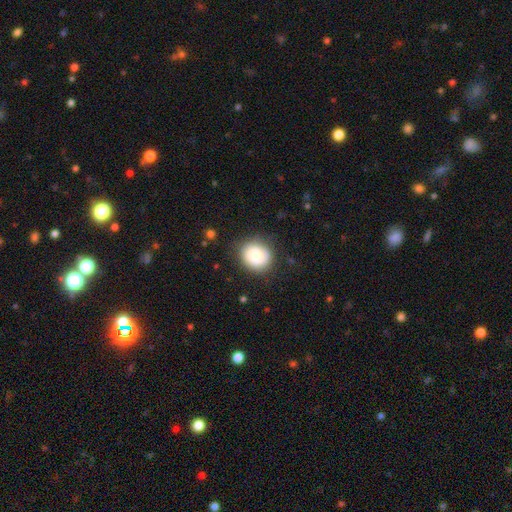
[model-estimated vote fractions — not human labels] Smooth or featured? Predicted: smooth (p=0.80). How rounded? Predicted: round (p=0.80). Merging? Predicted: none (p=0.80).